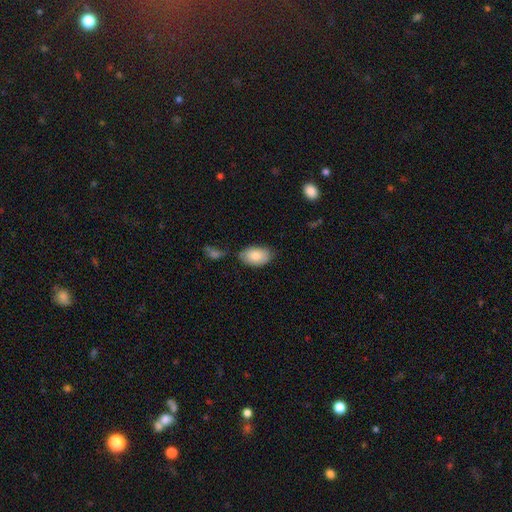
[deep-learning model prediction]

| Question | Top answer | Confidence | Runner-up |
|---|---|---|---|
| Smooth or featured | smooth | 83% | featured or disk (11%) |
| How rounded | in between | 92% | round (6%) |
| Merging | none | 69% | minor disturbance (20%) |